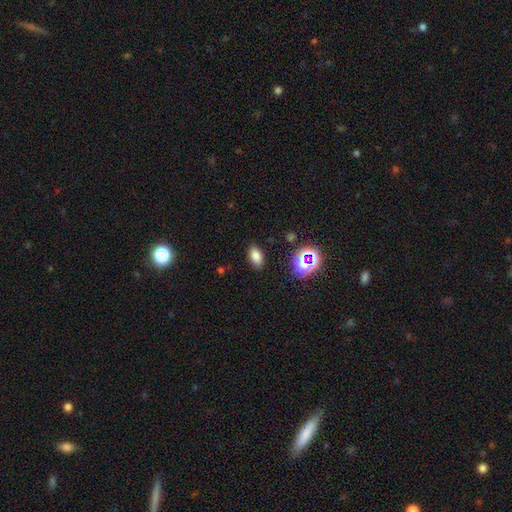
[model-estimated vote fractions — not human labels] Smooth or featured: smooth — 77% (star or artifact — 16%)
How rounded: in between — 89% (round — 8%)
Merging: none — 86% (minor disturbance — 9%)